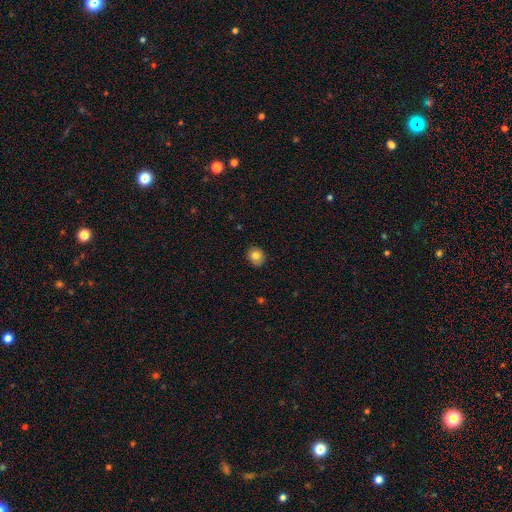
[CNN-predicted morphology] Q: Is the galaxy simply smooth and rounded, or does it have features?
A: smooth — 81%.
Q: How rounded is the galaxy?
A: round — 77%.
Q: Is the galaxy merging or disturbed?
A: none — 88%.